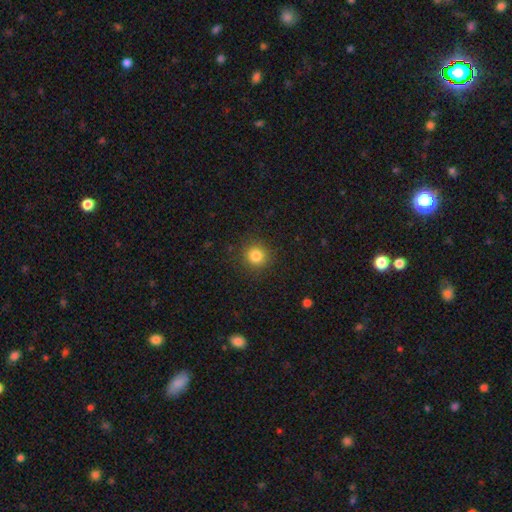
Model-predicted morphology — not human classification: The model was most divided on "smooth or featured": smooth: 83%, star or artifact: 12%, featured or disk: 5%. More confident: how rounded — round (93%); merging — none (89%).